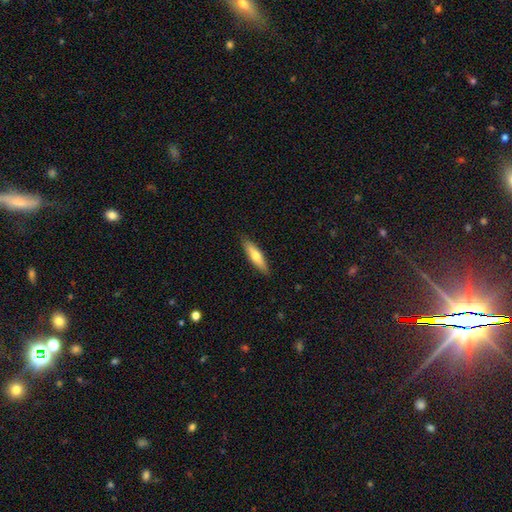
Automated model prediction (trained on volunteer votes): Smooth or featured? smooth (61%)
How rounded? cigar-shaped (71%)
Merging? none (88%)